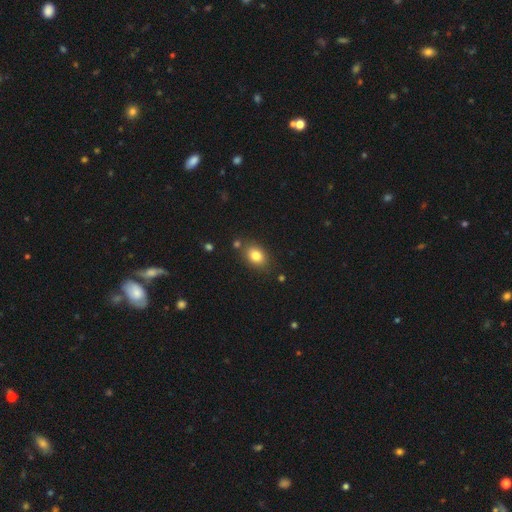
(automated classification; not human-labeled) Overall: smooth (81%). How rounded: in between (73%). Merging: none (78%).